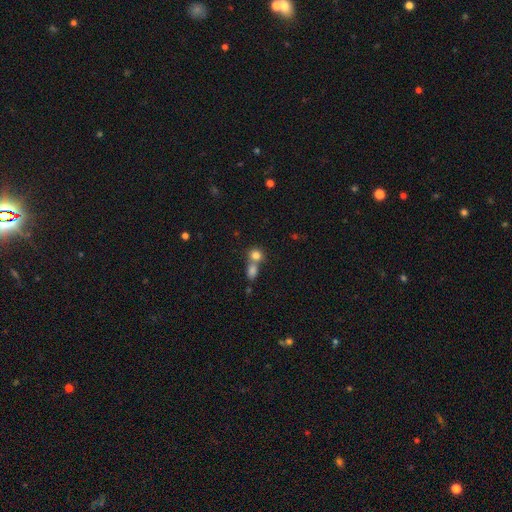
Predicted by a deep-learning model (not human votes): A smooth galaxy with no disk features (80%) that is round (76%). Merging: merger (51%).